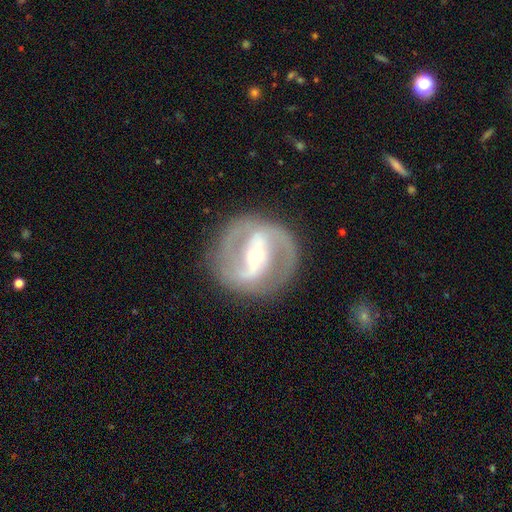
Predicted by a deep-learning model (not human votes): Smooth or featured? Predicted: featured or disk (p=0.87). Edge-on disk? Predicted: no (p=0.95). Bar? Predicted: strong (p=0.69). Spiral arms? Predicted: yes (p=0.89). Spiral winding? Predicted: medium (p=0.46). Spiral arm count? Predicted: 2 (p=0.89). Bulge size? Predicted: moderate (p=0.50). Merging? Predicted: none (p=0.85).